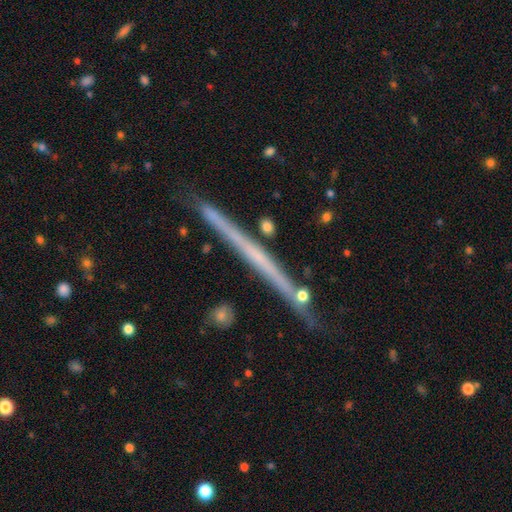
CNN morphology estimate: A featured or disk galaxy (64%) viewed edge-on (98%) with no central bulge (91%).

Vote fractions:
- Smooth or featured? featured or disk: 64% / smooth: 29% / star or artifact: 7%
- Edge-on disk? yes: 98% / no: 2%
- Edge-on bulge? none: 91% / rounded: 6% / boxy: 3%
- Merging? none: 86% / minor disturbance: 9% / merger: 3% / major disturbance: 2%